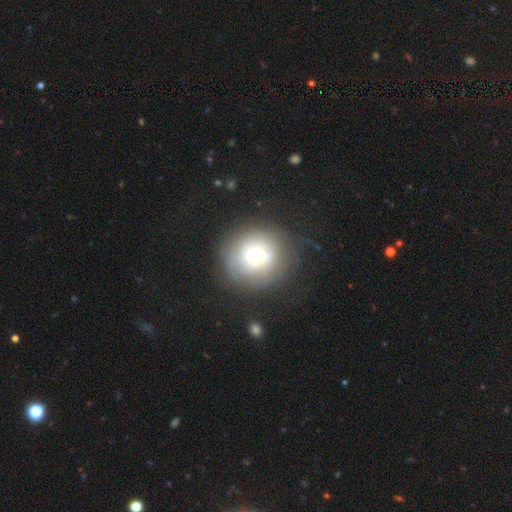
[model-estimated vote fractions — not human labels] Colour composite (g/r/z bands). It shows a smooth galaxy with no disk features (48%). Merging: none (75%).